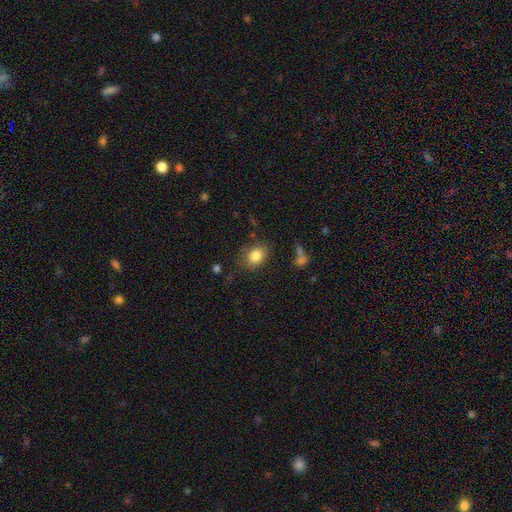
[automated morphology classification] type=smooth (83%); roundness=in between (62%); merging=none (79%).